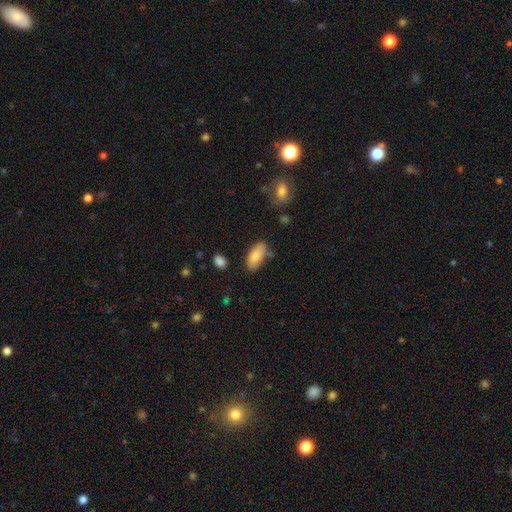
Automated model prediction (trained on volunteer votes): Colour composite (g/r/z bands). It shows a smooth galaxy with no disk features (82%) that is in between round and cigar-shaped (89%). Merging: none (74%).